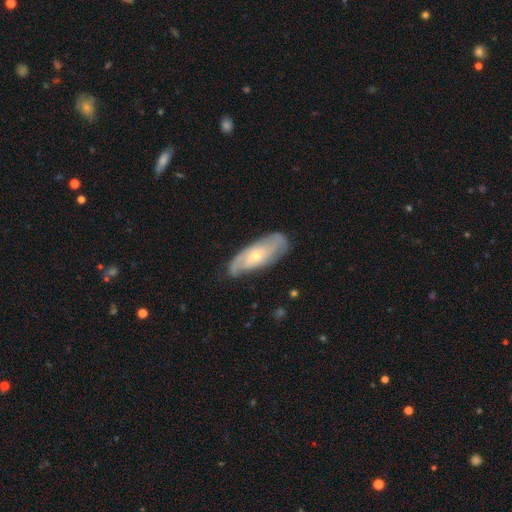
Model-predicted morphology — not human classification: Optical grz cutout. It shows a featured or disk galaxy (75%) with no bar (70%), 2 (56%) tight (48%) spiral arms (89%) and a small central bulge (67%). Merging: none (75%).